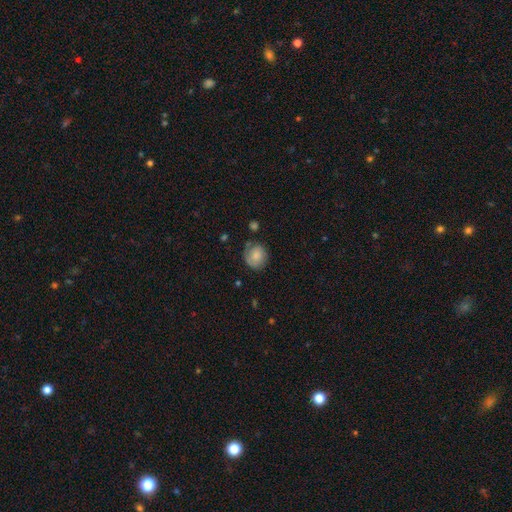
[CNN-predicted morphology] smooth 71%, featured or disk 21%, star or artifact 8%. Down the decision tree: how rounded — round (74%); merging — none (65%).